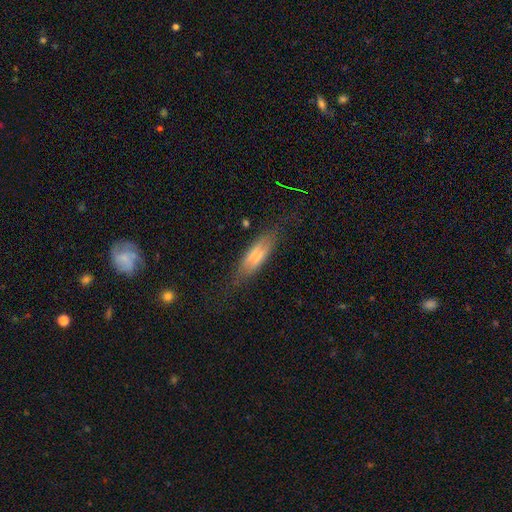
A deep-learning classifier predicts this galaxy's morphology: smooth-or-featured: smooth: 55% | featured or disk: 37% | star or artifact: 8%
  how-rounded: cigar-shaped: 50% | in between: 47% | round: 3%
  merging: none: 70% | minor disturbance: 21% | major disturbance: 8% | merger: 2%